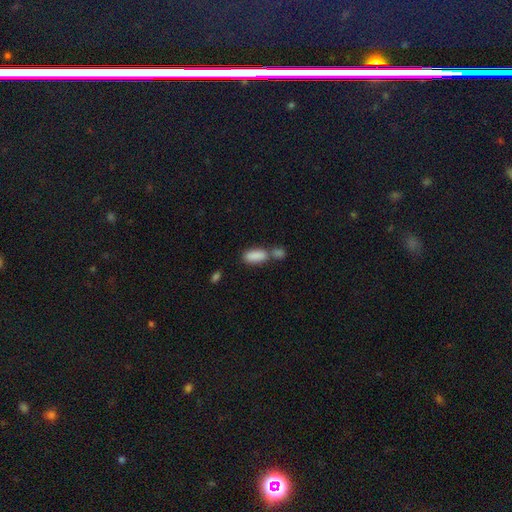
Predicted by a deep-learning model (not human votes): smooth-or-featured: smooth: 86% | star or artifact: 8% | featured or disk: 6%
  how-rounded: in between: 81% | cigar-shaped: 16% | round: 3%
  merging: merger: 50% | none: 35% | minor disturbance: 10% | major disturbance: 5%